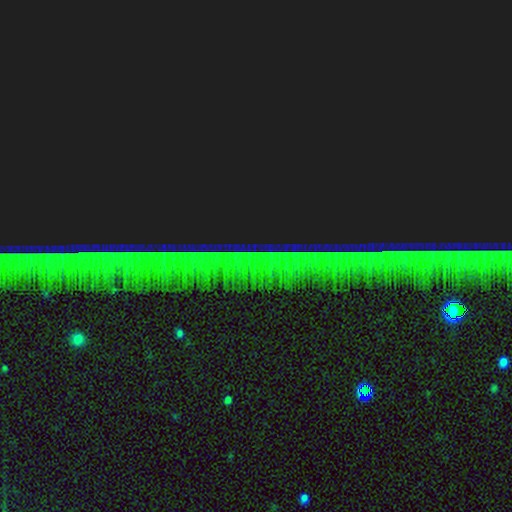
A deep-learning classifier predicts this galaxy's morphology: Overall: star or artifact (87%).